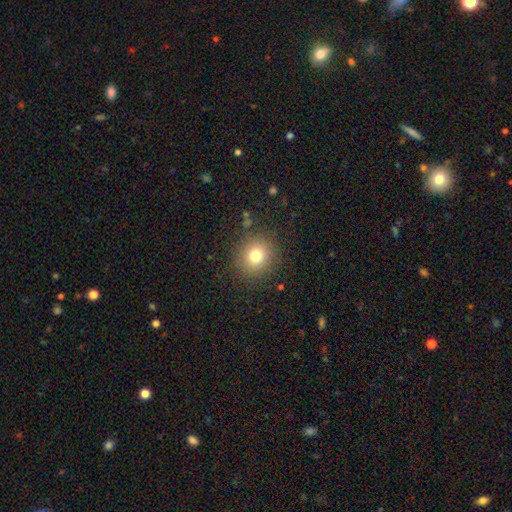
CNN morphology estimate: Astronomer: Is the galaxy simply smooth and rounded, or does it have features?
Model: smooth — 77%.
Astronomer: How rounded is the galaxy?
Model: round — 88%.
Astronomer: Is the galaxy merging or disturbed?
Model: none — 87%.